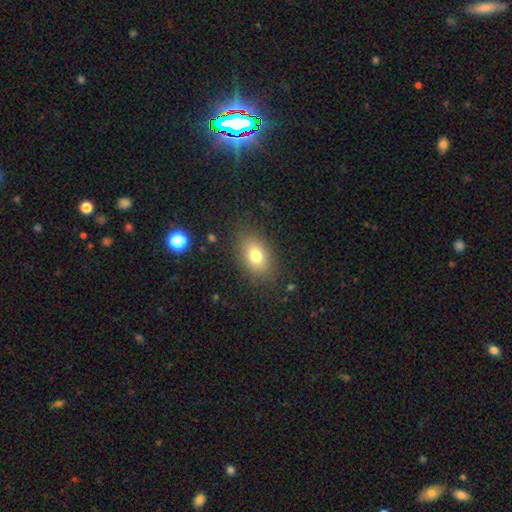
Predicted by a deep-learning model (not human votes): Smooth or featured: smooth — 75% (featured or disk — 13%)
How rounded: in between — 79% (round — 19%)
Merging: none — 83% (minor disturbance — 12%)